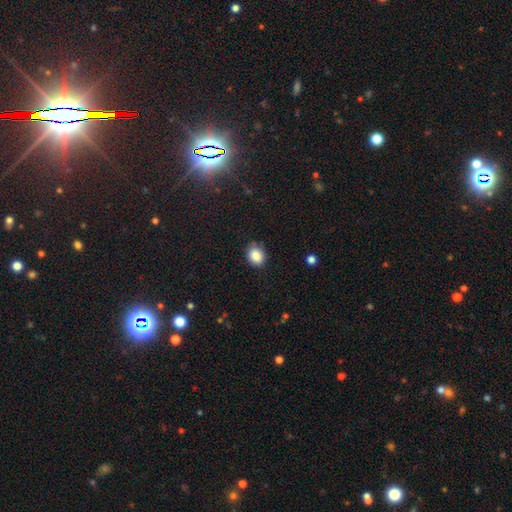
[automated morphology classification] This appears to be a smooth galaxy with no disk features (87%) that is in between round and cigar-shaped (55%). Merging: none (79%).